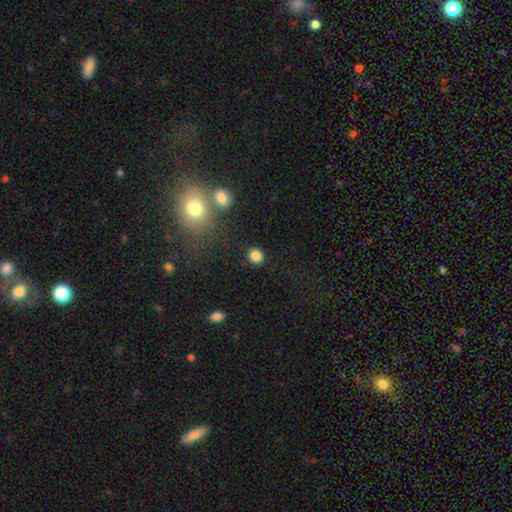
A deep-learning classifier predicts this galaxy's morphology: A smooth galaxy with no disk features (85%) that is round (85%).

Vote fractions:
- Smooth or featured? smooth: 85% / star or artifact: 11% / featured or disk: 4%
- How rounded? round: 85% / in between: 14% / cigar-shaped: 1%
- Merging? none: 88% / minor disturbance: 7% / major disturbance: 3% / merger: 2%